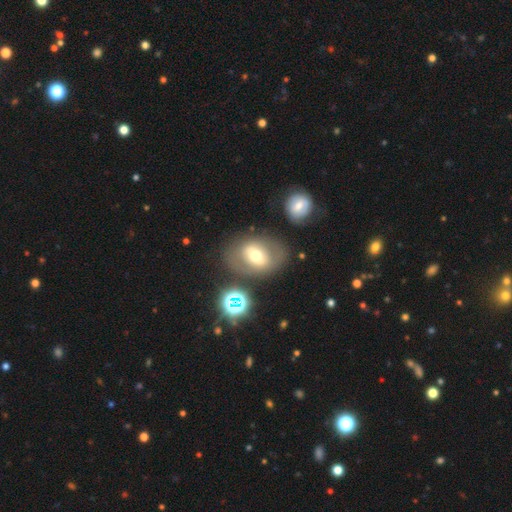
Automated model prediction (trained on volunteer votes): smooth-or-featured: featured or disk: 46% | smooth: 43% | star or artifact: 11%
  merging: none: 72% | minor disturbance: 14% | major disturbance: 8% | merger: 6%